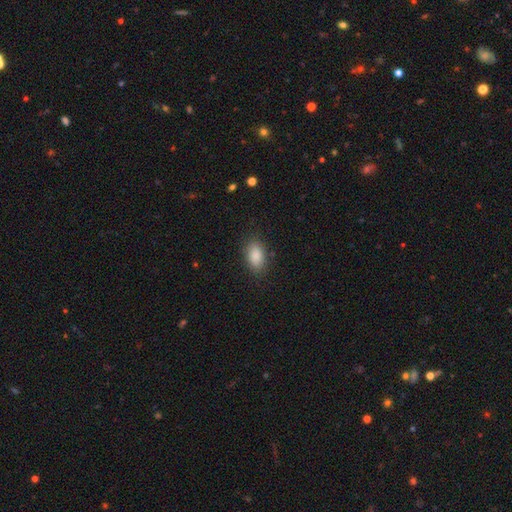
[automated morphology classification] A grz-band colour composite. It shows a smooth galaxy with no disk features (89%) that is in between round and cigar-shaped (91%). Merging: none (85%).